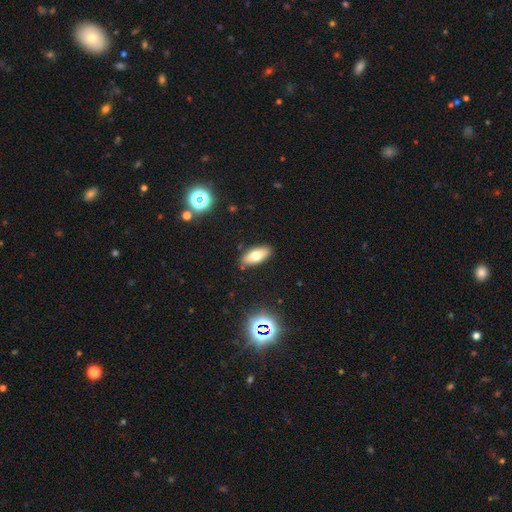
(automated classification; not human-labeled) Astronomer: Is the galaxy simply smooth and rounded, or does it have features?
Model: smooth — 71%.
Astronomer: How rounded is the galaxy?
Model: in between — 83%.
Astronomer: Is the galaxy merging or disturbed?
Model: none — 88%.